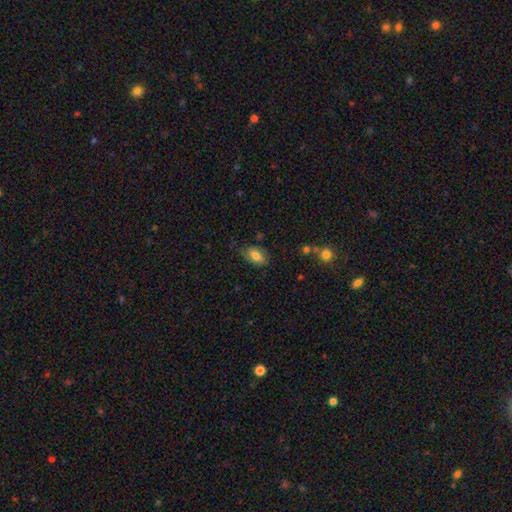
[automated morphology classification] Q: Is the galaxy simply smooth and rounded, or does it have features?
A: smooth — 74%.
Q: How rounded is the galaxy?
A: in between — 90%.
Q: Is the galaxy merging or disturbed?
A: none — 67%.